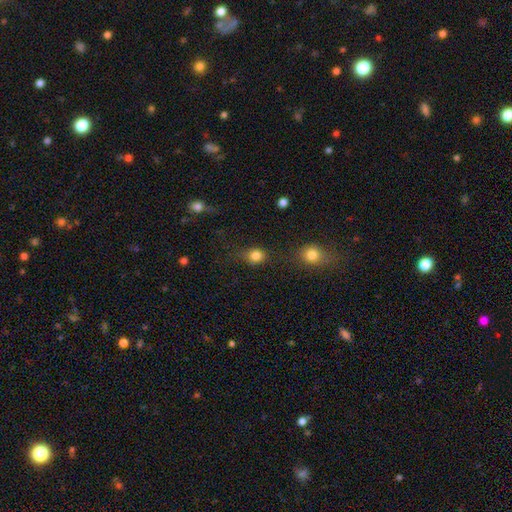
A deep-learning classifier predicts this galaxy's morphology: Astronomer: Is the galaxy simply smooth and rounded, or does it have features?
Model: smooth — 81%.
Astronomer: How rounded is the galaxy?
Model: round — 75%.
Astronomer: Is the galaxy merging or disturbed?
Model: none — 65%.